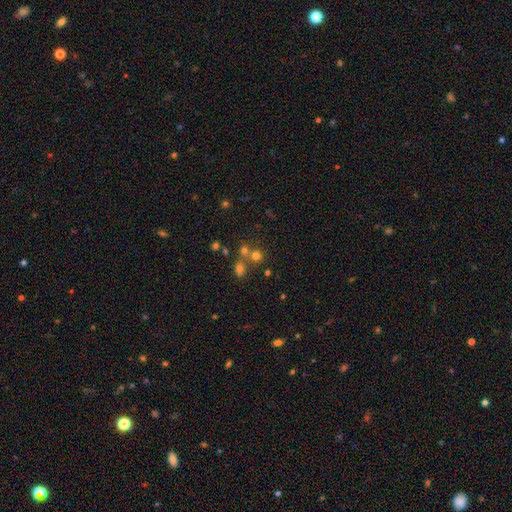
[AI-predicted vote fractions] smooth-or-featured: smooth: 64% | star or artifact: 25% | featured or disk: 11%
  how-rounded: round: 84% | in between: 15% | cigar-shaped: 1%
  merging: none: 56% | merger: 33% | minor disturbance: 7% | major disturbance: 4%